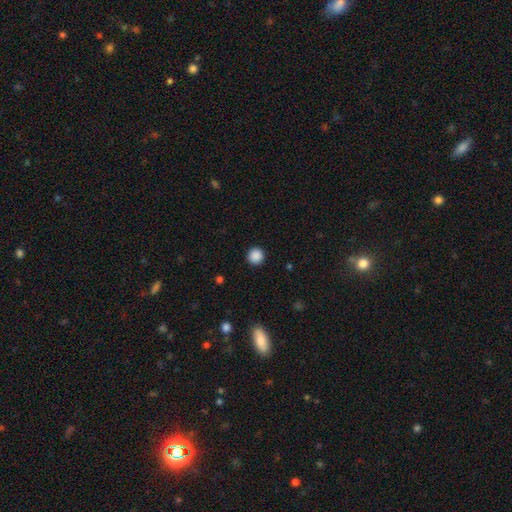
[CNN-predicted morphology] Q: Smooth or featured?
A: smooth (88%); runner-up: star or artifact (10%)
Q: How rounded?
A: round (95%); runner-up: in between (4%)
Q: Merging?
A: none (92%); runner-up: minor disturbance (5%)